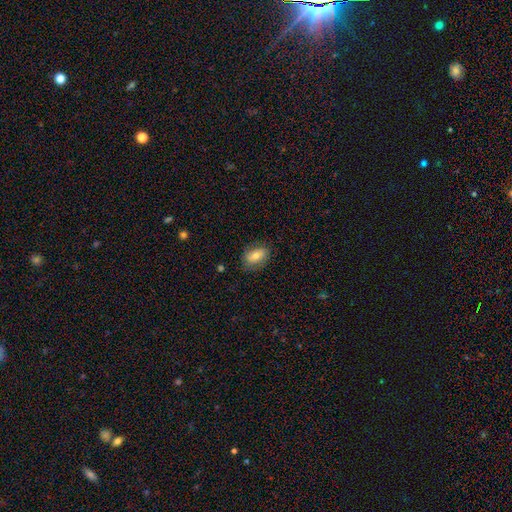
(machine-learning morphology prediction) Smooth or featured? Predicted: smooth (p=0.67). How rounded? Predicted: in between (p=0.86). Merging? Predicted: none (p=0.79).